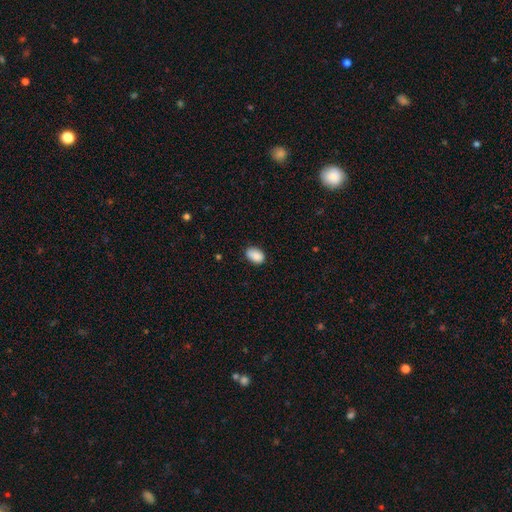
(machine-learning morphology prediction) Smooth or featured?
  - smooth: 89% *
  - star or artifact: 7%
  - featured or disk: 4%
How rounded?
  - in between: 88% *
  - round: 11%
  - cigar-shaped: 1%
Merging?
  - none: 78% *
  - minor disturbance: 18%
  - major disturbance: 3%
  - merger: 1%